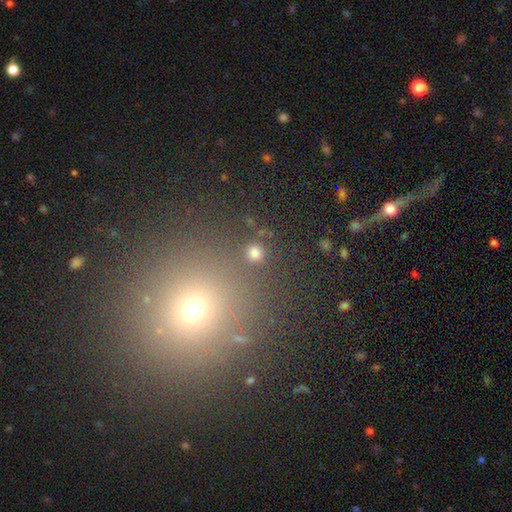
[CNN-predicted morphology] smooth 72%, star or artifact 22%, featured or disk 6%. Down the decision tree: how rounded — round (91%); merging — none (85%).